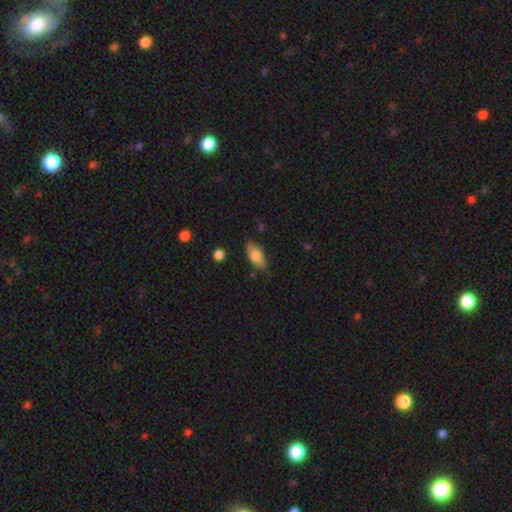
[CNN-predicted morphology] Smooth or featured: smooth — 73% (featured or disk — 20%)
How rounded: in between — 86% (cigar-shaped — 10%)
Merging: none — 75% (minor disturbance — 19%)